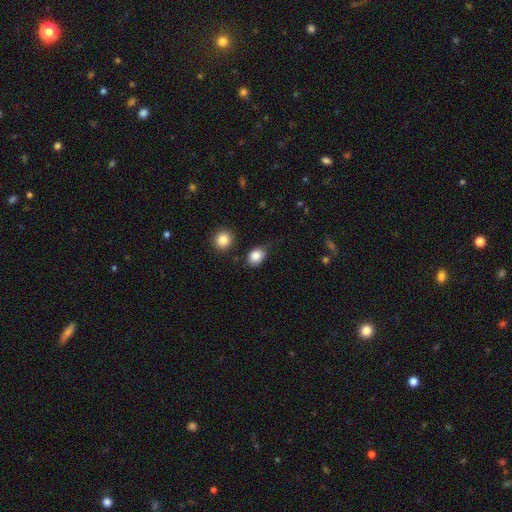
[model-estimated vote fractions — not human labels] Smooth or featured? Predicted: smooth (p=0.85). How rounded? Predicted: in between (p=0.59). Merging? Predicted: none (p=0.71).